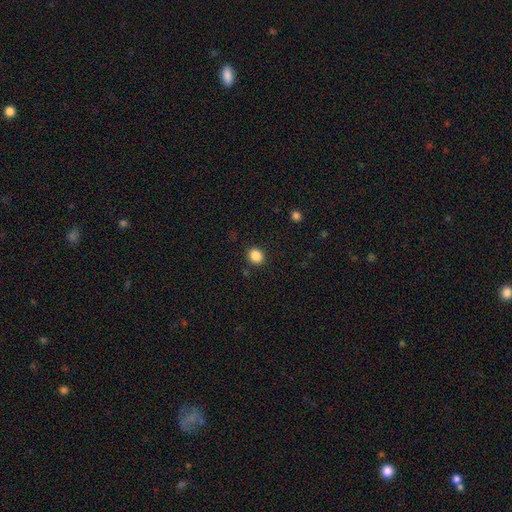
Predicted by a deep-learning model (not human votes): Q: Smooth or featured?
A: smooth (86%); runner-up: star or artifact (10%)
Q: How rounded?
A: round (71%); runner-up: in between (28%)
Q: Merging?
A: none (89%); runner-up: minor disturbance (7%)